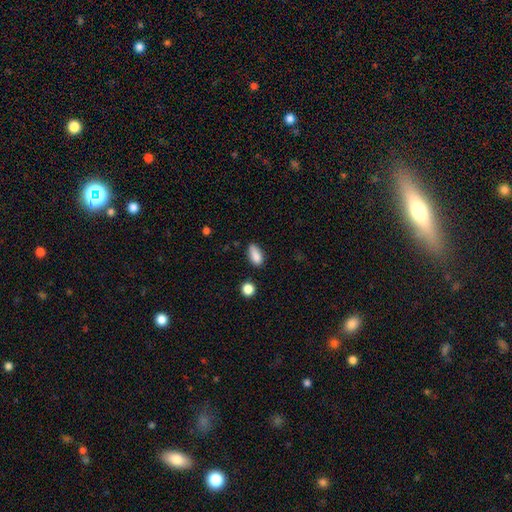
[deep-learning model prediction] Smooth or featured: smooth — 86% (star or artifact — 9%)
How rounded: in between — 83% (cigar-shaped — 11%)
Merging: none — 67% (minor disturbance — 25%)